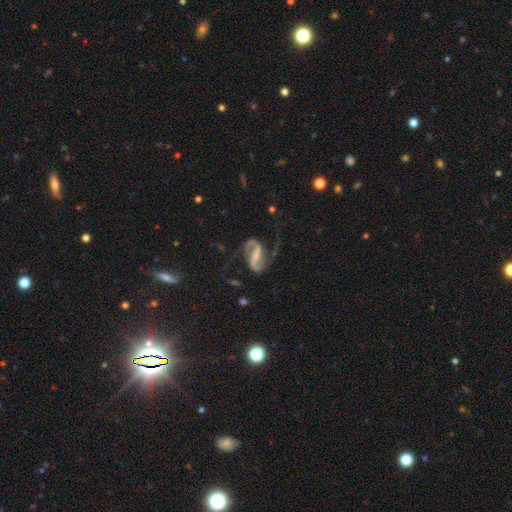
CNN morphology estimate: A featured or disk galaxy (91%) with a strong bar (47%), 2 (94%) medium (49%) spiral arms (97%) and a moderate central bulge (39%).

Vote fractions:
- Smooth or featured? featured or disk: 91% / smooth: 4% / star or artifact: 4%
- Edge-on disk? no: 98% / yes: 2%
- Bar? strong: 47% / weak: 38% / no: 16%
- Spiral arms? yes: 97% / no: 3%
- Spiral winding? medium: 49% / loose: 40% / tight: 12%
- Spiral arm count? 2: 94% / 1: 2% / can't tell: 2% / 3: 1% / 4: 1% / more than 4: 1%
- Bulge size? moderate: 39% / small: 36% / none: 15% / large: 9% / dominant: 2%
- Merging? none: 63% / major disturbance: 19% / minor disturbance: 16% / merger: 3%